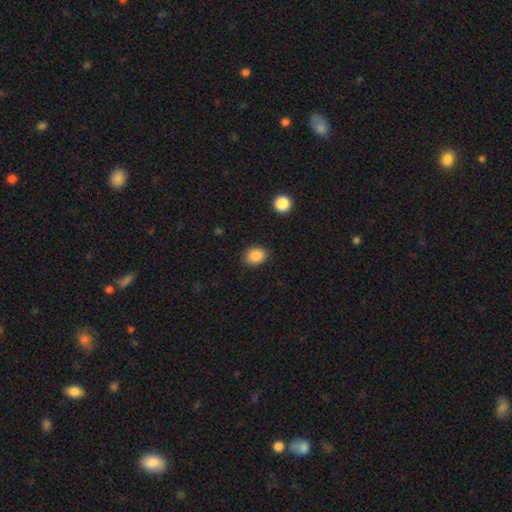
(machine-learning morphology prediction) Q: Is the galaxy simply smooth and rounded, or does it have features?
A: smooth — 87%.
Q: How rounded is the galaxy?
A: round — 51%.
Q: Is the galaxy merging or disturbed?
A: none — 85%.